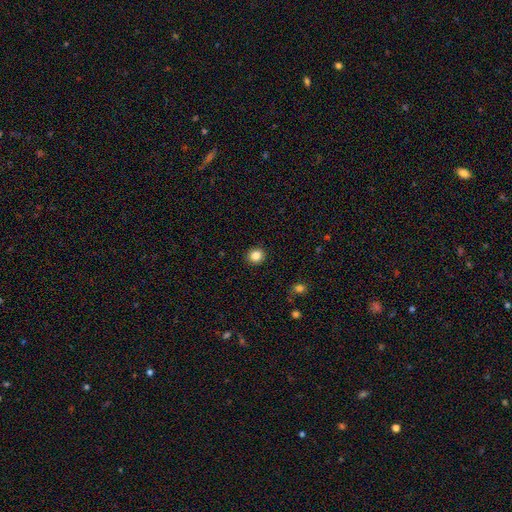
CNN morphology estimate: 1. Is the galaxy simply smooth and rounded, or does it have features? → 85% smooth, 11% star or artifact, 4% featured or disk.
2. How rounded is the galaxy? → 89% round, 10% in between, 1% cigar-shaped.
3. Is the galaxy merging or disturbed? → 92% none, 5% minor disturbance, 2% major disturbance, 1% merger.